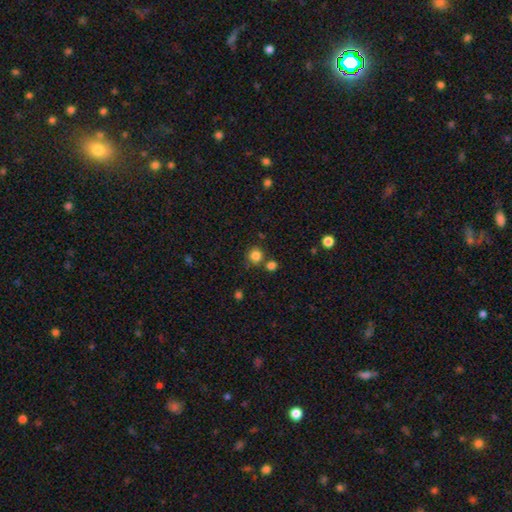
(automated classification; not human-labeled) Smooth or featured: smooth — 83% (star or artifact — 12%)
How rounded: round — 91% (in between — 8%)
Merging: none — 74% (merger — 14%)